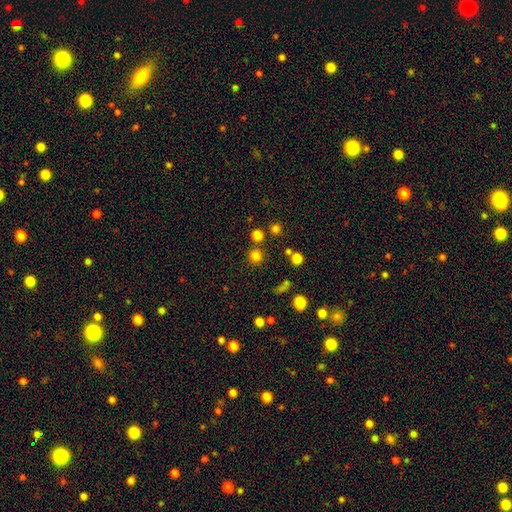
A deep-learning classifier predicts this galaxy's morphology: smooth-or-featured: smooth: 77% | star or artifact: 18% | featured or disk: 6%
  how-rounded: round: 93% | in between: 6% | cigar-shaped: 1%
  merging: none: 80% | merger: 9% | minor disturbance: 7% | major disturbance: 3%